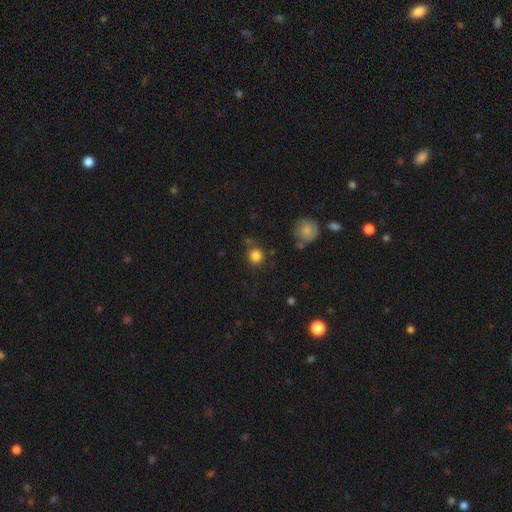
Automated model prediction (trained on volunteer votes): Overall: smooth (83%). How rounded: round (92%). Merging: none (79%).